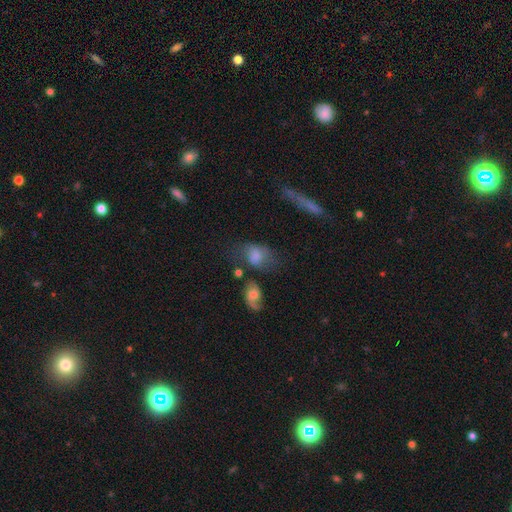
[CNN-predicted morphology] Q: Smooth or featured?
A: smooth (67%); runner-up: featured or disk (22%)
Q: How rounded?
A: in between (76%); runner-up: round (21%)
Q: Merging?
A: none (39%); runner-up: minor disturbance (24%)